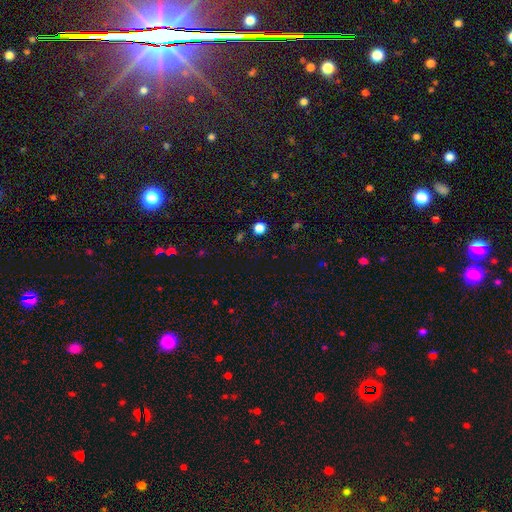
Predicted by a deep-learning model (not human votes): Smooth or featured? smooth (55%)
How rounded? round (85%)
Merging? none (85%)